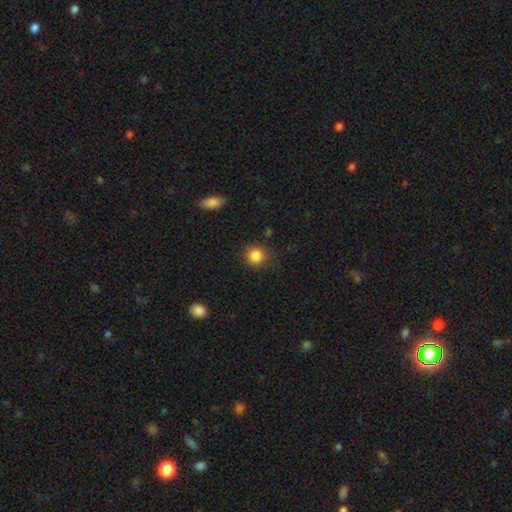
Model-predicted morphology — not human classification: Q: Smooth or featured?
A: smooth (85%); runner-up: star or artifact (10%)
Q: How rounded?
A: round (90%); runner-up: in between (9%)
Q: Merging?
A: none (85%); runner-up: minor disturbance (10%)